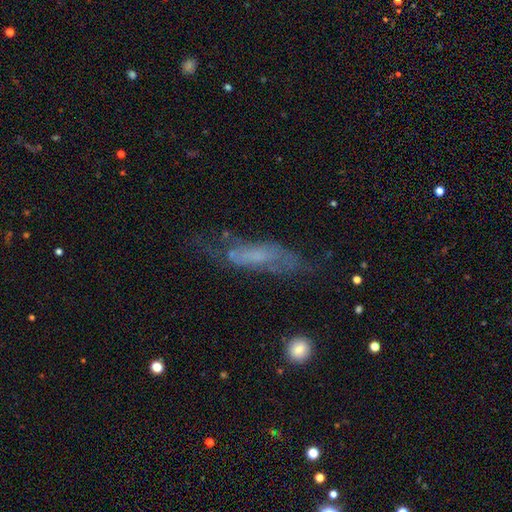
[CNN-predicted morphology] Smooth or featured? featured or disk (52%)
Edge-on disk? no (67%)
Merging? none (51%)